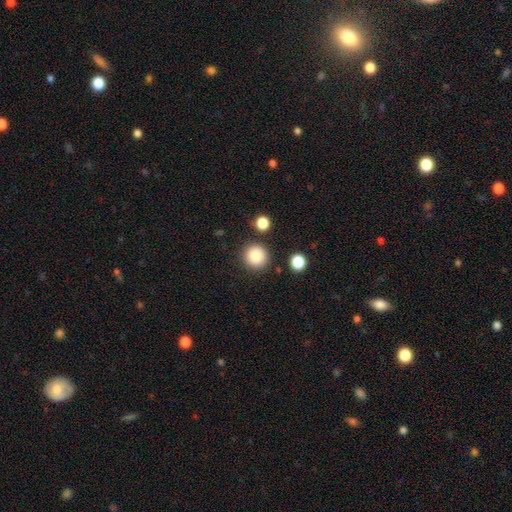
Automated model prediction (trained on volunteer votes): A smooth galaxy with no disk features (84%) that is round (94%). Merging: none (86%).